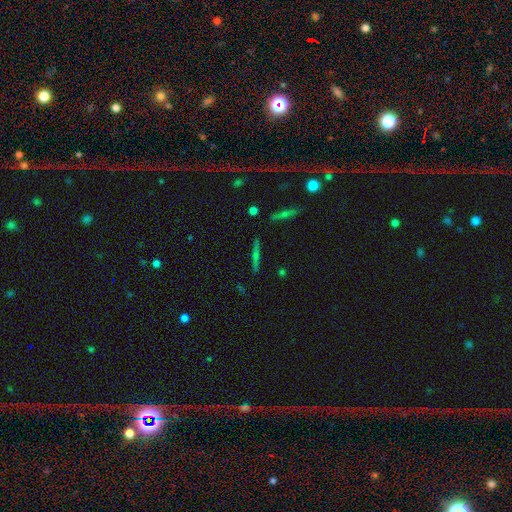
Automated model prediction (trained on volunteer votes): Morphology: type=featured or disk (61%); edge-on=yes (96%); edge-on bulge=rounded (66%); merging=none (88%).